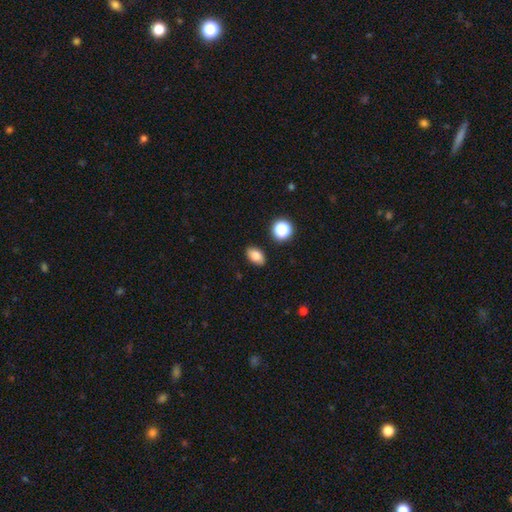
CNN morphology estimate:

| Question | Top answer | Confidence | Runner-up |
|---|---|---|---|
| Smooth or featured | smooth | 81% | star or artifact (10%) |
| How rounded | in between | 86% | round (12%) |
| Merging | none | 87% | minor disturbance (9%) |